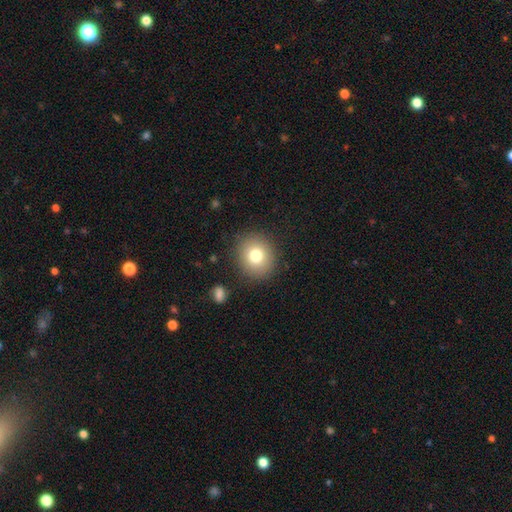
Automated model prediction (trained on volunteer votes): Smooth or featured?
  - smooth: 77% *
  - featured or disk: 12%
  - star or artifact: 11%
How rounded?
  - round: 81% *
  - in between: 19%
  - cigar-shaped: 1%
Merging?
  - none: 87% *
  - minor disturbance: 8%
  - major disturbance: 3%
  - merger: 2%